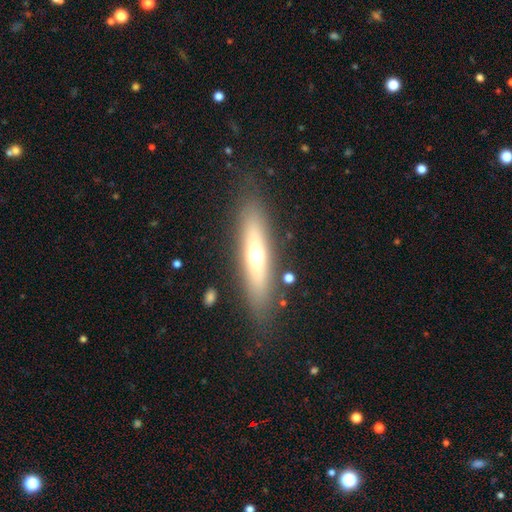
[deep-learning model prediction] Overall: smooth (51%; featured or disk 40%). How rounded: cigar-shaped (64%; in between 33%). Merging: none (83%).